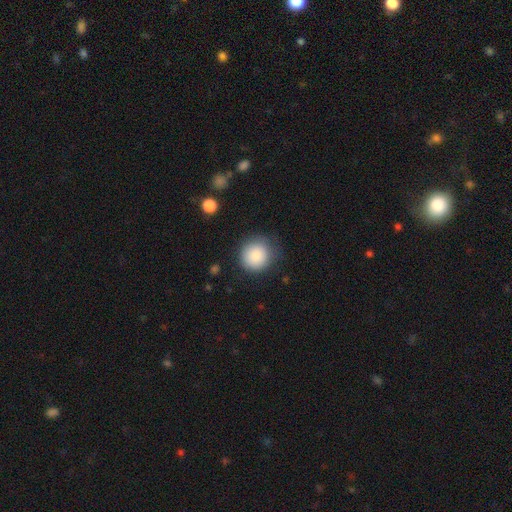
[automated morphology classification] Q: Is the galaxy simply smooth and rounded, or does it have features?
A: smooth — 84%.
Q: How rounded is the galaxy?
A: round — 92%.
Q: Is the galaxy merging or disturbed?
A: none — 78%.